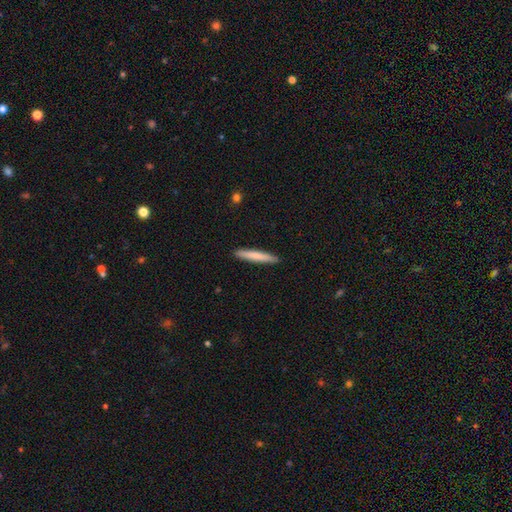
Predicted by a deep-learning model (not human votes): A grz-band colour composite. It shows a smooth galaxy with no disk features (76%) that is cigar-shaped (95%). Merging: none (92%).